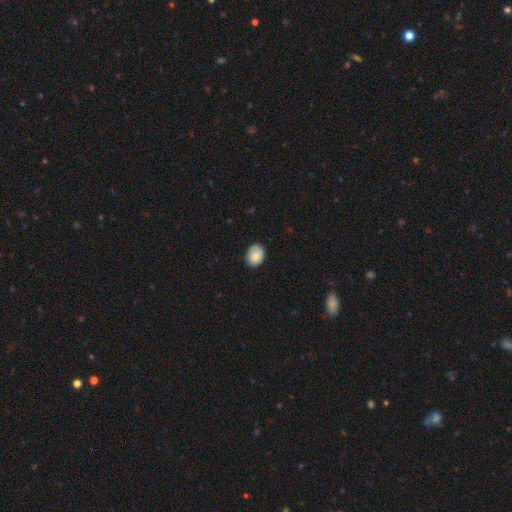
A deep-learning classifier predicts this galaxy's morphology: smooth 82%, featured or disk 10%, star or artifact 7%. Down the decision tree: how rounded — in between (58%); merging — none (80%).